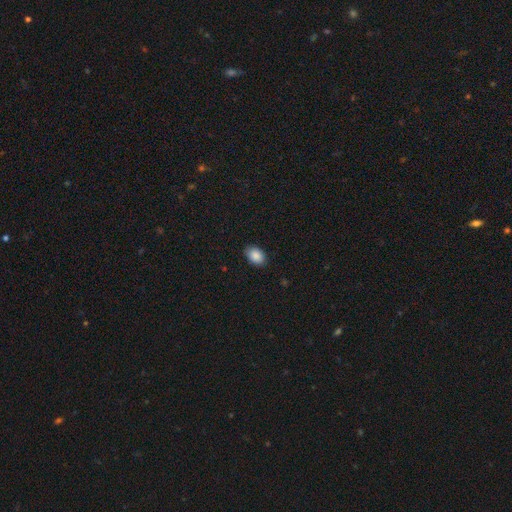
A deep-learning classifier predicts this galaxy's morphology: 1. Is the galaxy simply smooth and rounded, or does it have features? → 89% smooth, 8% star or artifact, 4% featured or disk.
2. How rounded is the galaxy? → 83% in between, 16% round, 1% cigar-shaped.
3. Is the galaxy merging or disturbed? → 87% none, 10% minor disturbance, 2% major disturbance, 1% merger.